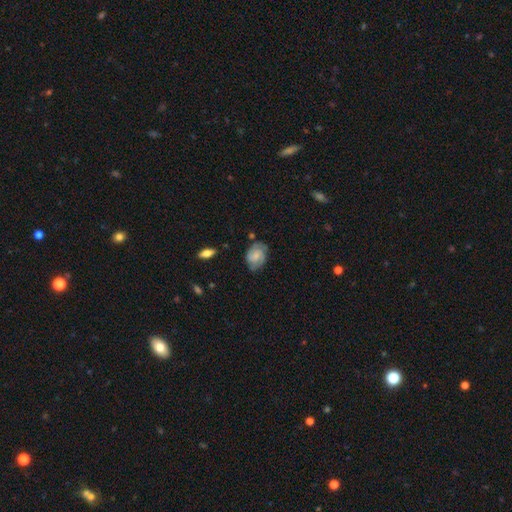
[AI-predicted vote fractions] Smooth or featured? Predicted: featured or disk (p=0.63). Edge-on disk? Predicted: no (p=0.97). Bar? Predicted: no (p=0.57). Spiral arms? Predicted: yes (p=0.92). Spiral winding? Predicted: tight (p=0.52). Spiral arm count? Predicted: 2 (p=0.66). Bulge size? Predicted: small (p=0.47). Merging? Predicted: none (p=0.71).